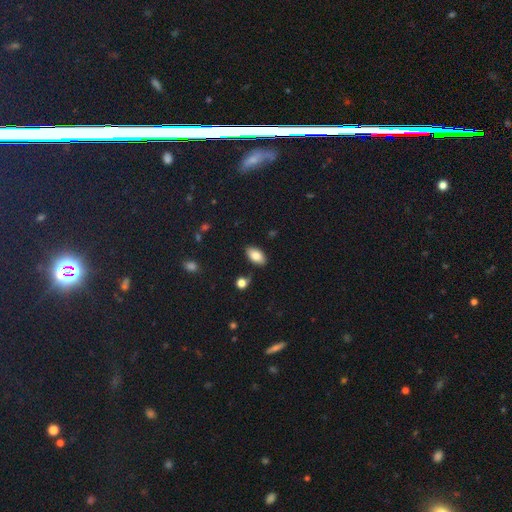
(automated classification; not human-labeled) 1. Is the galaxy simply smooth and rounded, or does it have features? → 83% smooth, 10% featured or disk, 7% star or artifact.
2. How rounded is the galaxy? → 93% in between, 4% round, 3% cigar-shaped.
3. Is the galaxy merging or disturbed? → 82% none, 12% minor disturbance, 3% merger, 3% major disturbance.